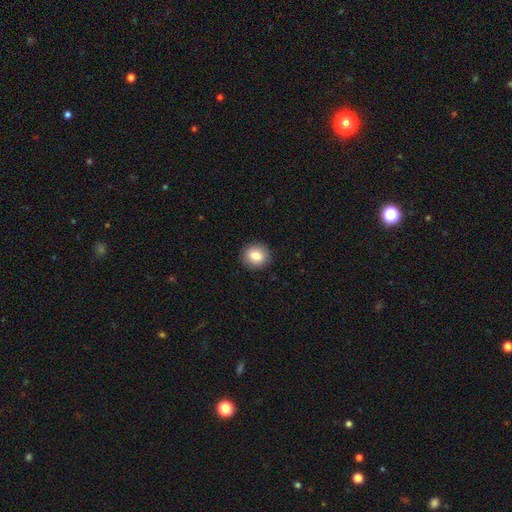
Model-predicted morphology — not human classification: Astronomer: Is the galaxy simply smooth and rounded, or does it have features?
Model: smooth — 84%.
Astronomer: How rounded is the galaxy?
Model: round — 84%.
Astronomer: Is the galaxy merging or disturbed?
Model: none — 91%.